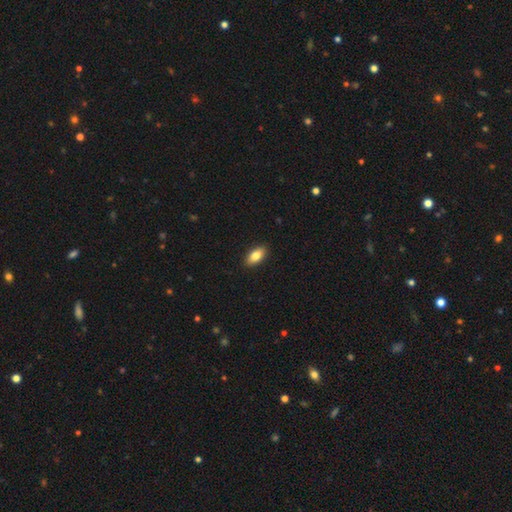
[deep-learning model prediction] smooth 83%, featured or disk 11%, star or artifact 7%. Down the decision tree: how rounded — in between (89%); merging — none (90%).